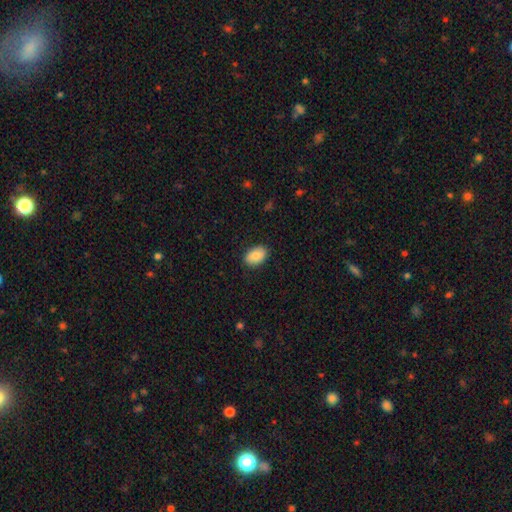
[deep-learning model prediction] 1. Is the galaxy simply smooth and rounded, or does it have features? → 85% smooth, 8% featured or disk, 7% star or artifact.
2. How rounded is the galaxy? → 87% in between, 12% round, 1% cigar-shaped.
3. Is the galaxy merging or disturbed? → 88% none, 9% minor disturbance, 2% major disturbance, 1% merger.